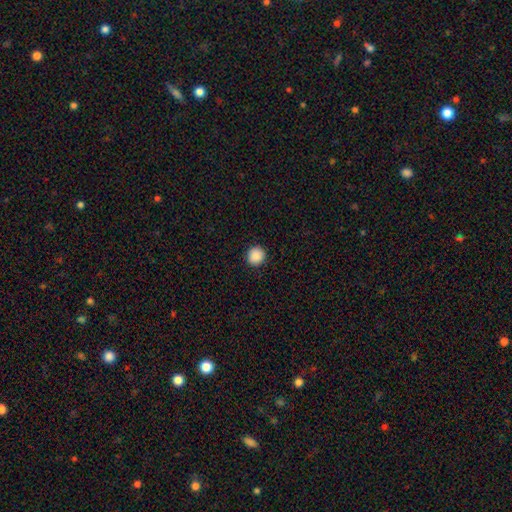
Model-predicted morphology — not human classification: Smooth or featured?
  - smooth: 89% *
  - star or artifact: 9%
  - featured or disk: 2%
How rounded?
  - round: 92% *
  - in between: 7%
  - cigar-shaped: 1%
Merging?
  - none: 93% *
  - minor disturbance: 5%
  - major disturbance: 2%
  - merger: 1%